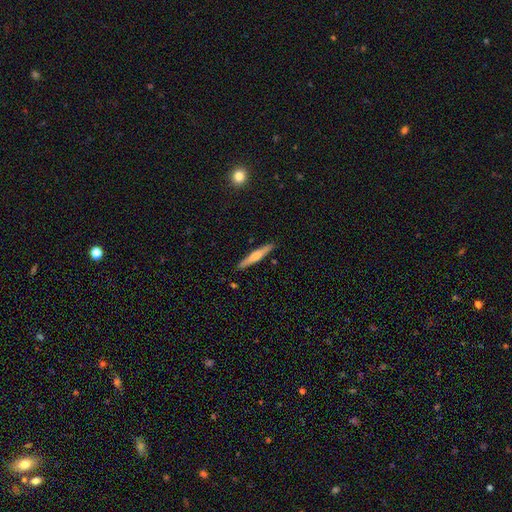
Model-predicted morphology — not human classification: smooth_or_featured: featured or disk (p=0.54) [alt: smooth p=0.41]
disk_edge_on: yes (p=0.97) [alt: no p=0.03]
edge_on_bulge: rounded (p=0.83) [alt: none p=0.11]
merging: none (p=0.91) [alt: minor disturbance p=0.06]